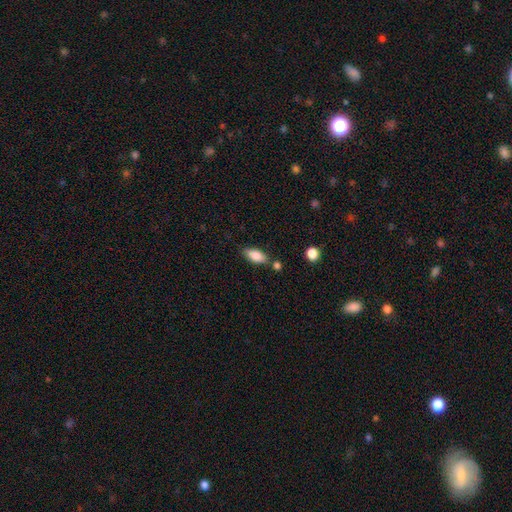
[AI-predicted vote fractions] This appears to be a smooth galaxy with no disk features (84%) that is in between round and cigar-shaped (87%). Merging: none (73%).